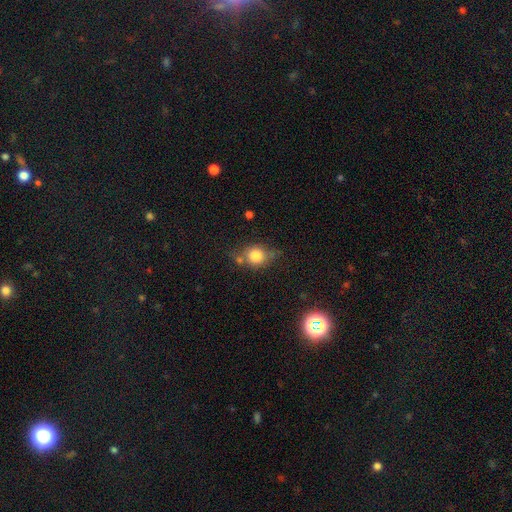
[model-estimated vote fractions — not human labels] This is likely a smooth galaxy (79%). How rounded: likely round (68%). Merging: likely none (60%).